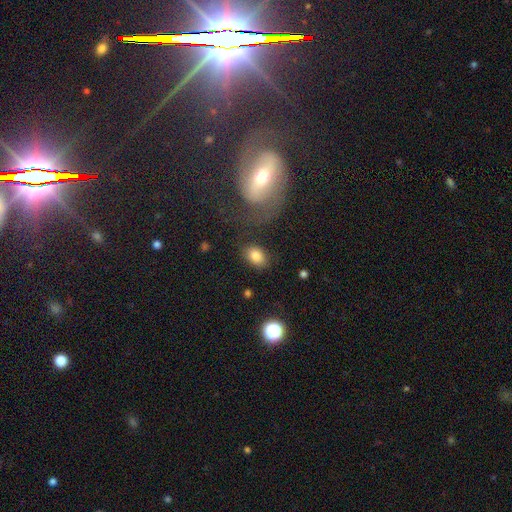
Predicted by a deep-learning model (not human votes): This appears to be a smooth galaxy with no disk features (82%) that is in between round and cigar-shaped (81%). Merging: none (77%).